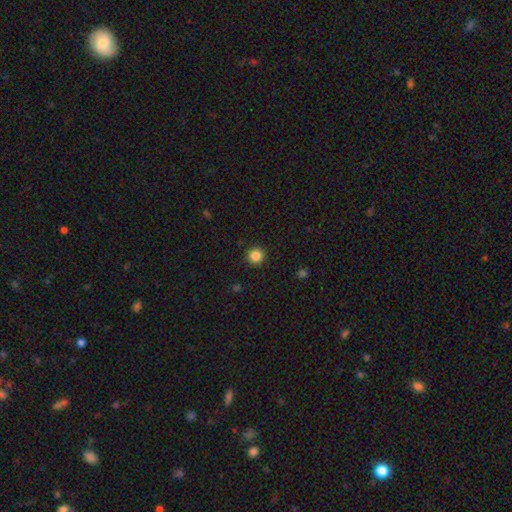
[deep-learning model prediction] Q: Smooth or featured?
A: smooth (85%); runner-up: star or artifact (11%)
Q: How rounded?
A: round (95%); runner-up: in between (4%)
Q: Merging?
A: none (92%); runner-up: minor disturbance (5%)